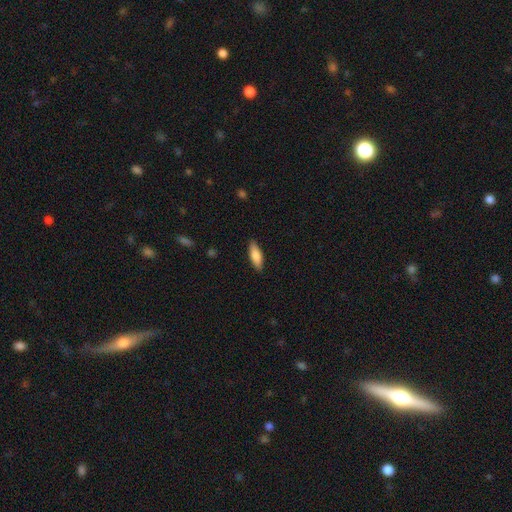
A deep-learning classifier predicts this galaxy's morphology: Smooth or featured?
  - smooth: 81% *
  - featured or disk: 14%
  - star or artifact: 6%
How rounded?
  - in between: 58% *
  - cigar-shaped: 40%
  - round: 2%
Merging?
  - none: 88% *
  - minor disturbance: 9%
  - major disturbance: 2%
  - merger: 1%